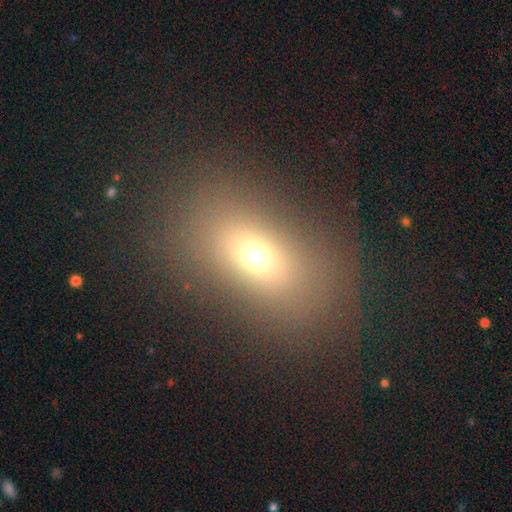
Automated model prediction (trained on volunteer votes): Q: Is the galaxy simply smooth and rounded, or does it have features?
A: smooth — 64%.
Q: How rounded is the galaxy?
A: in between — 73%.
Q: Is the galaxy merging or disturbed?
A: none — 80%.